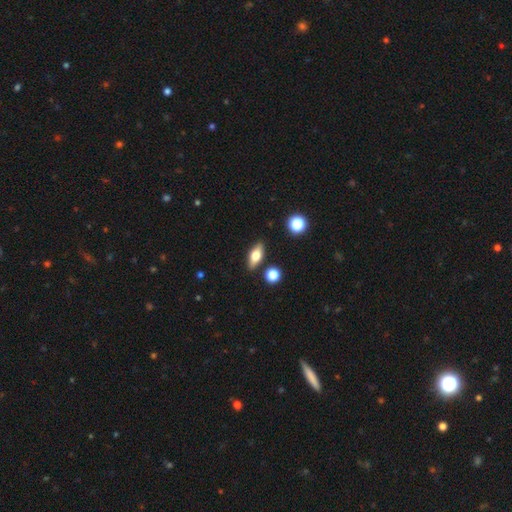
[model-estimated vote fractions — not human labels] Smooth or featured? smooth (61%)
How rounded? in between (73%)
Merging? none (85%)